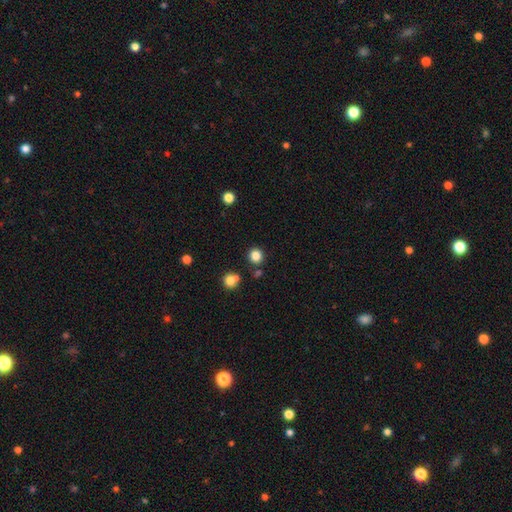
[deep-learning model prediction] A smooth galaxy with no disk features (83%) that is round (88%). Merging: none (84%).